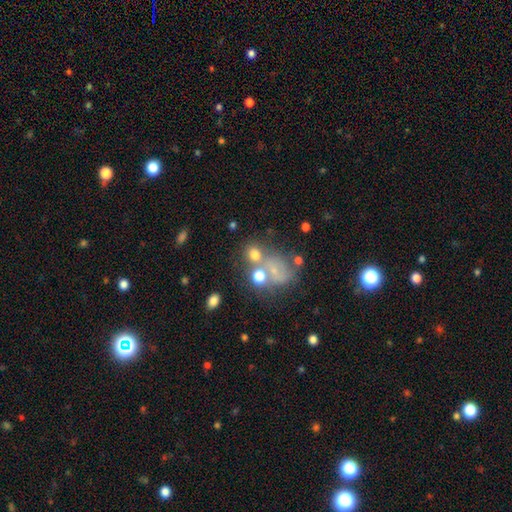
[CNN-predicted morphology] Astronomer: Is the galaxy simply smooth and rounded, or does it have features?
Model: smooth — 47% (runner-up: star or artifact, 28%).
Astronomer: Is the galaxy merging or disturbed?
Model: none — 44% (runner-up: merger, 30%).